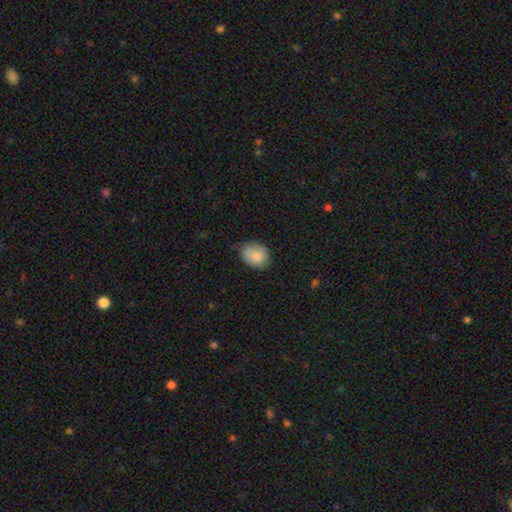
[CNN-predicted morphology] Smooth or featured? Predicted: smooth (p=0.83). How rounded? Predicted: in between (p=0.64). Merging? Predicted: none (p=0.62).